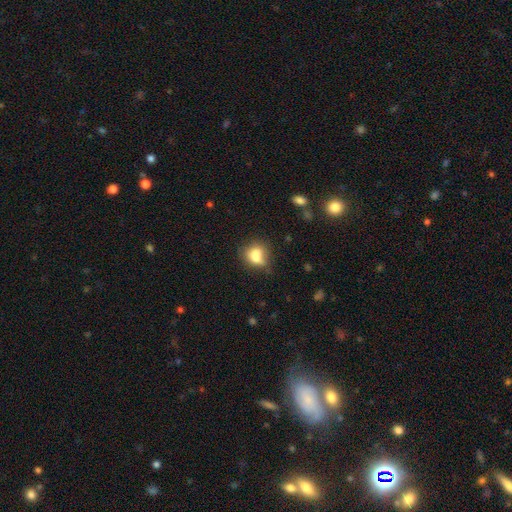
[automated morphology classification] This is likely a smooth galaxy (74%). How rounded: possibly round (50%). Merging: marginally none (38%).